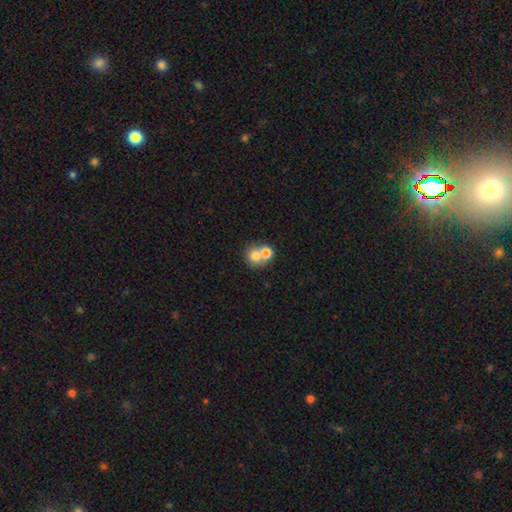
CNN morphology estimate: A smooth galaxy with no disk features (72%) that is round (83%).

Vote fractions:
- Smooth or featured? smooth: 72% / featured or disk: 17% / star or artifact: 11%
- How rounded? round: 83% / in between: 17% / cigar-shaped: 1%
- Merging? merger: 55% / none: 37% / minor disturbance: 6% / major disturbance: 3%